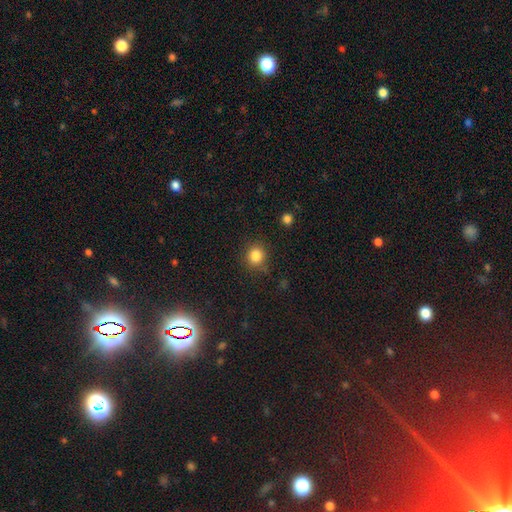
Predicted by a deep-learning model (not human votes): This is clearly a smooth galaxy (84%). How rounded: clearly round (89%). Merging: clearly none (85%).